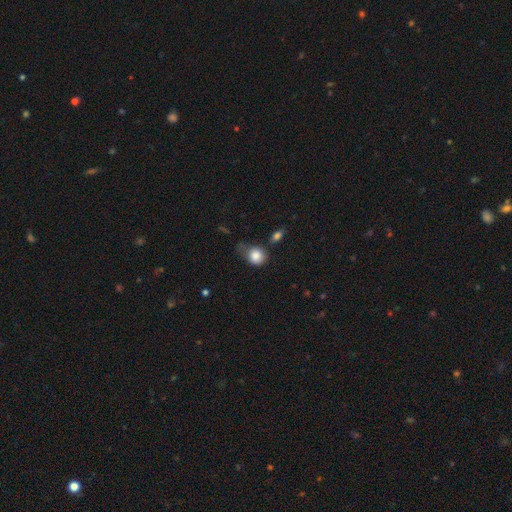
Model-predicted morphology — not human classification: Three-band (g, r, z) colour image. It shows a smooth galaxy with no disk features (84%) that is round (72%). Merging: none (42%).